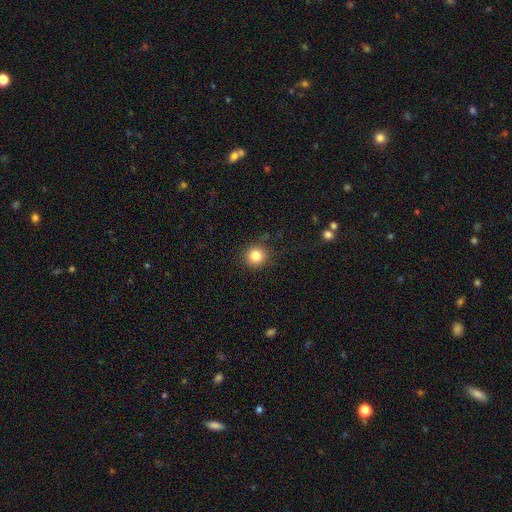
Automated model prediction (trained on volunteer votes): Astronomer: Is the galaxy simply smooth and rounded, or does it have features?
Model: smooth — 83%.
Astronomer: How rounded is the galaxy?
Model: round — 90%.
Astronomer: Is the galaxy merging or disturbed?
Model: none — 87%.